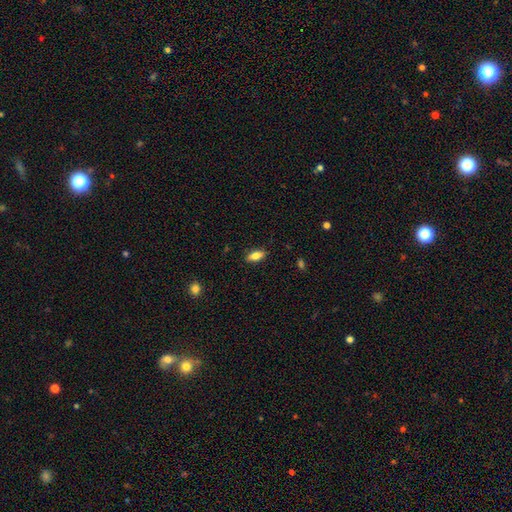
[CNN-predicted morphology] This is likely a smooth galaxy (77%). How rounded: clearly in between (81%). Merging: clearly none (87%).